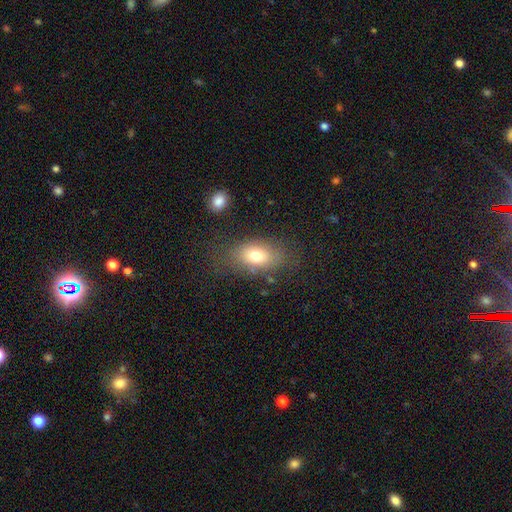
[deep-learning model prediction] smooth 73%, featured or disk 16%, star or artifact 10%. Down the decision tree: how rounded — in between (85%); merging — none (71%).